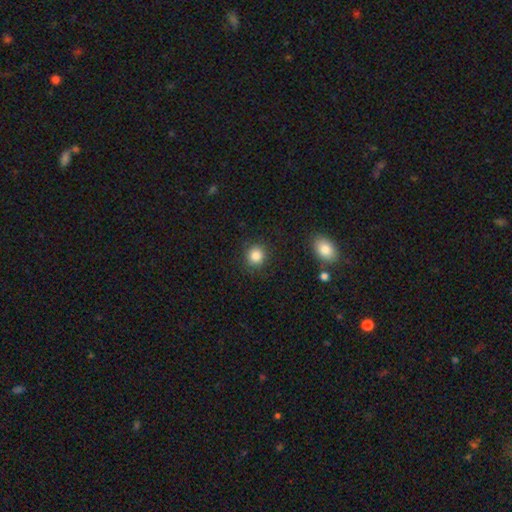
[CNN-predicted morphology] Smooth or featured? smooth (87%)
How rounded? round (87%)
Merging? none (88%)